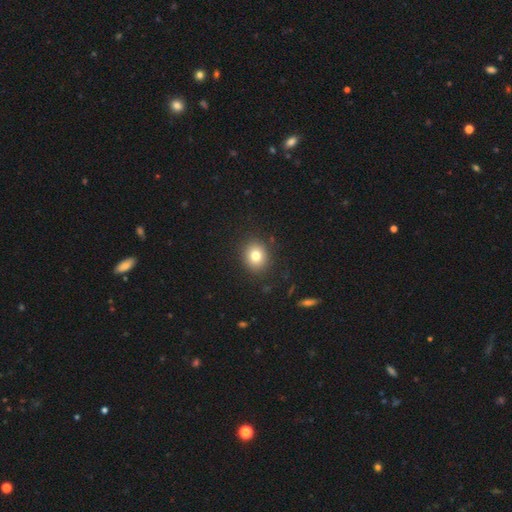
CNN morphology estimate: Smooth or featured? Predicted: smooth (p=0.79). How rounded? Predicted: round (p=0.74). Merging? Predicted: none (p=0.89).